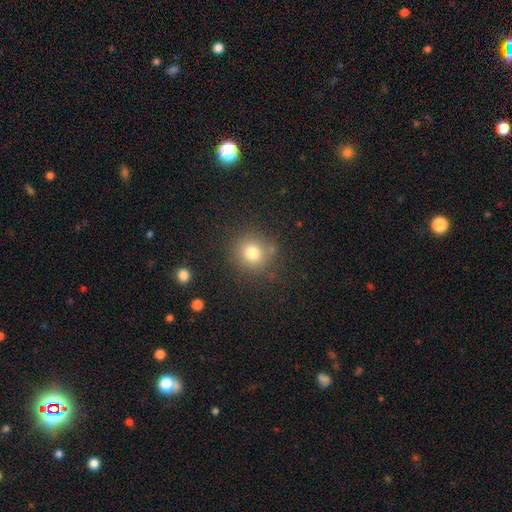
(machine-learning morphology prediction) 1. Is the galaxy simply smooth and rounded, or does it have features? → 62% smooth, 31% star or artifact, 7% featured or disk.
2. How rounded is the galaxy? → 93% round, 5% in between, 1% cigar-shaped.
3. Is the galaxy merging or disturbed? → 90% none, 6% minor disturbance, 2% major disturbance, 2% merger.